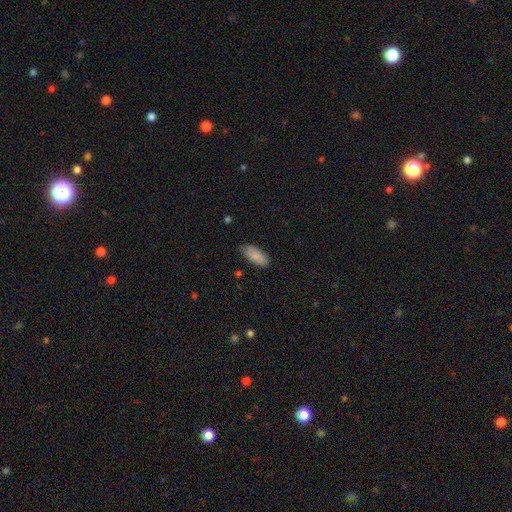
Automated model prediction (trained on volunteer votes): A smooth galaxy with no disk features (87%) that is in between round and cigar-shaped (84%). Merging: none (78%).